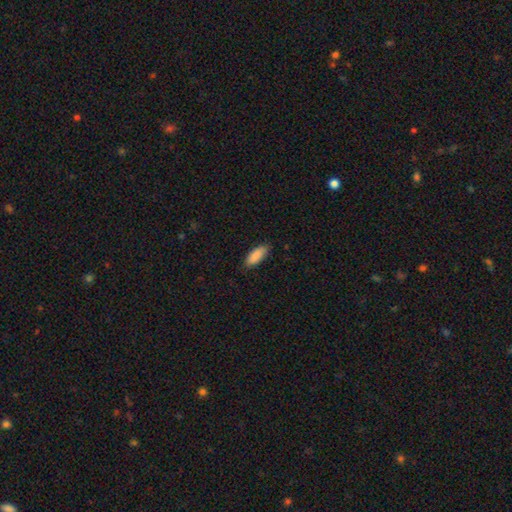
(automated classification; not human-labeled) Morphology: type=smooth (89%); roundness=in between (79%); merging=none (83%).